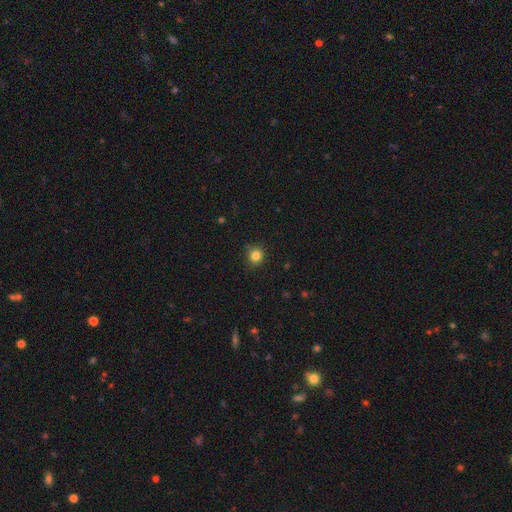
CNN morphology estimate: A smooth galaxy with no disk features (82%) that is round (89%).

Vote fractions:
- Smooth or featured? smooth: 82% / star or artifact: 13% / featured or disk: 5%
- How rounded? round: 89% / in between: 10% / cigar-shaped: 1%
- Merging? none: 88% / minor disturbance: 9% / major disturbance: 2% / merger: 1%